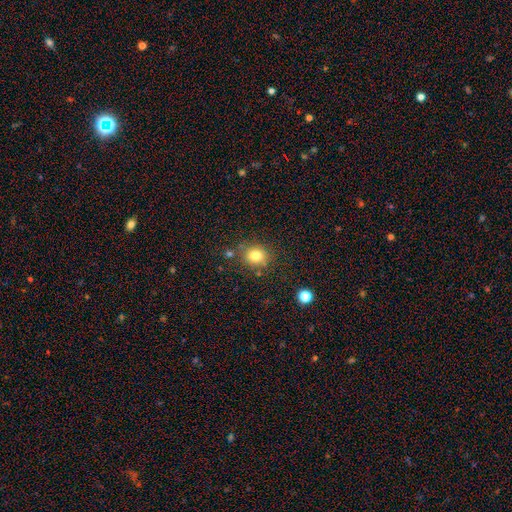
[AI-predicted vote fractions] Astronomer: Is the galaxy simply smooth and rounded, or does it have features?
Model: smooth — 80%.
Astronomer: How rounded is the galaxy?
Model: round — 74%.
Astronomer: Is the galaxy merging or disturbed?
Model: none — 77%.